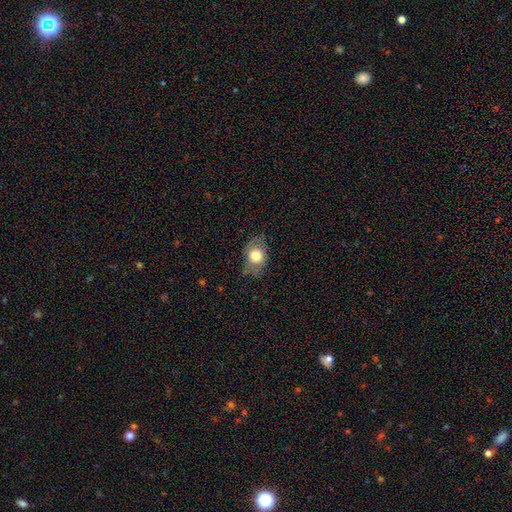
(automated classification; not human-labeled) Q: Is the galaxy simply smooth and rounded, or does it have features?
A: smooth — 70%.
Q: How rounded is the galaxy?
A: in between — 70%.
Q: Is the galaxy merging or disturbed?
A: none — 66%.